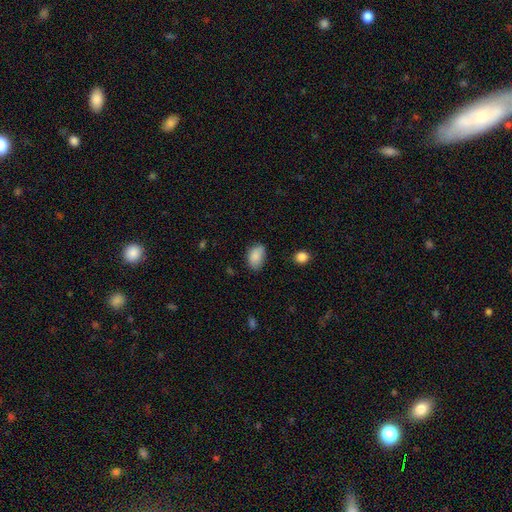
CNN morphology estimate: smooth-or-featured: smooth: 87% | star or artifact: 8% | featured or disk: 6%
  how-rounded: in between: 90% | round: 8% | cigar-shaped: 1%
  merging: none: 70% | minor disturbance: 23% | major disturbance: 4% | merger: 2%